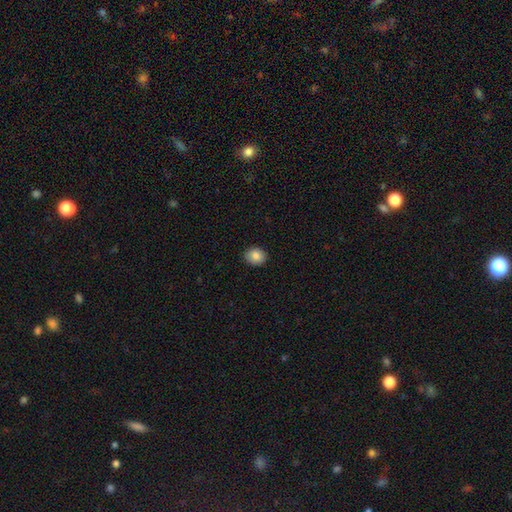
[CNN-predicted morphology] smooth-or-featured: smooth: 85% | star or artifact: 8% | featured or disk: 7%
  how-rounded: round: 60% | in between: 39% | cigar-shaped: 1%
  merging: none: 90% | minor disturbance: 7% | major disturbance: 2% | merger: 1%